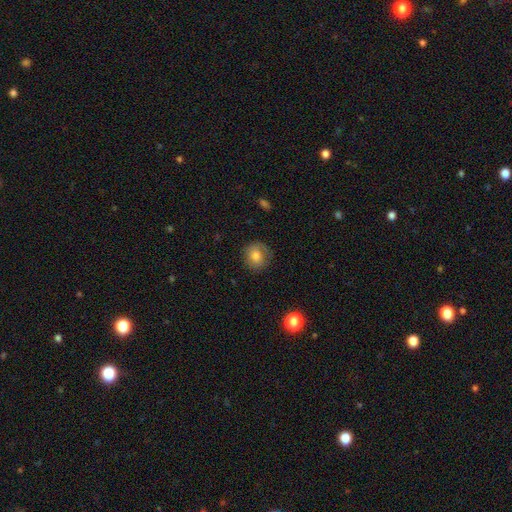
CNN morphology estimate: Smooth or featured: smooth — 76% (featured or disk — 14%)
How rounded: round — 82% (in between — 17%)
Merging: none — 77% (minor disturbance — 17%)